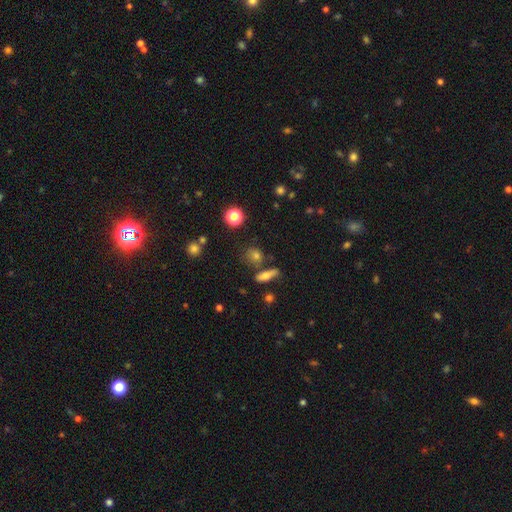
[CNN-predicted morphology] Q: Smooth or featured?
A: smooth (71%); runner-up: star or artifact (18%)
Q: How rounded?
A: round (68%); runner-up: in between (27%)
Q: Merging?
A: none (69%); runner-up: merger (13%)